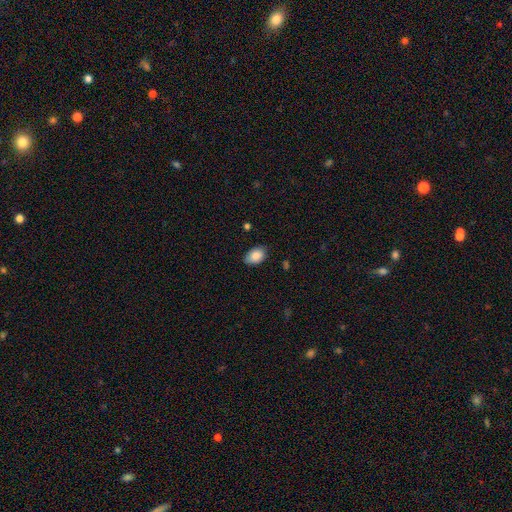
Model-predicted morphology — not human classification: This is clearly a smooth galaxy (88%). How rounded: clearly in between (88%). Merging: likely none (79%).